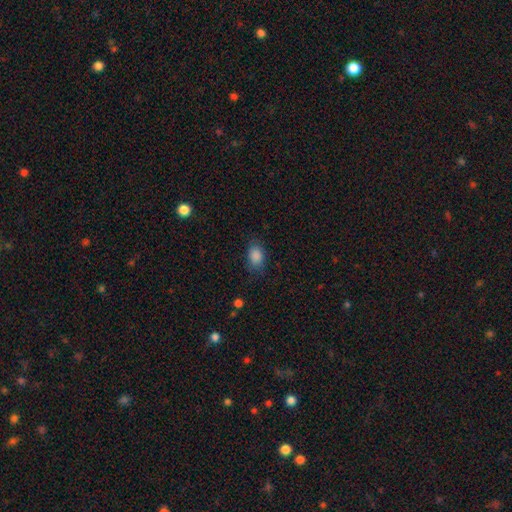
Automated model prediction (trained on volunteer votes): A smooth galaxy with no disk features (87%) that is in between round and cigar-shaped (78%).

Vote fractions:
- Smooth or featured? smooth: 87% / star or artifact: 9% / featured or disk: 4%
- How rounded? in between: 78% / round: 21% / cigar-shaped: 1%
- Merging? none: 78% / minor disturbance: 16% / major disturbance: 5% / merger: 1%